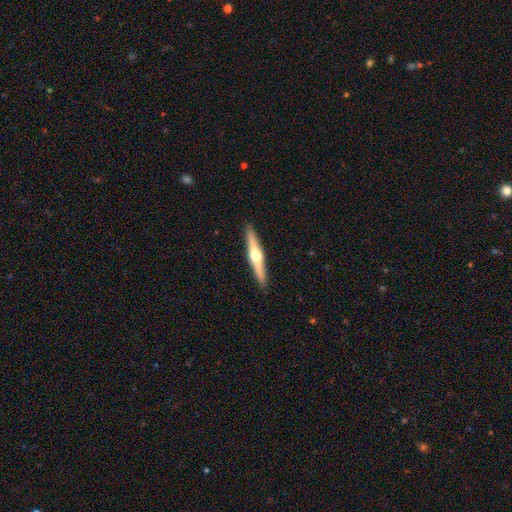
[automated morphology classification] Smooth or featured? Predicted: featured or disk (p=0.67). Edge-on disk? Predicted: yes (p=0.98). Edge-on bulge? Predicted: rounded (p=0.92). Merging? Predicted: none (p=0.92).